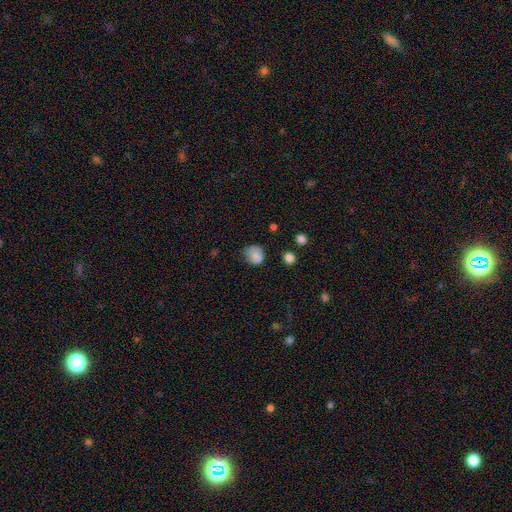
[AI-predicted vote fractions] smooth-or-featured: smooth: 80% | star or artifact: 10% | featured or disk: 9%
  how-rounded: round: 67% | in between: 32% | cigar-shaped: 1%
  merging: none: 57% | minor disturbance: 30% | major disturbance: 11% | merger: 2%